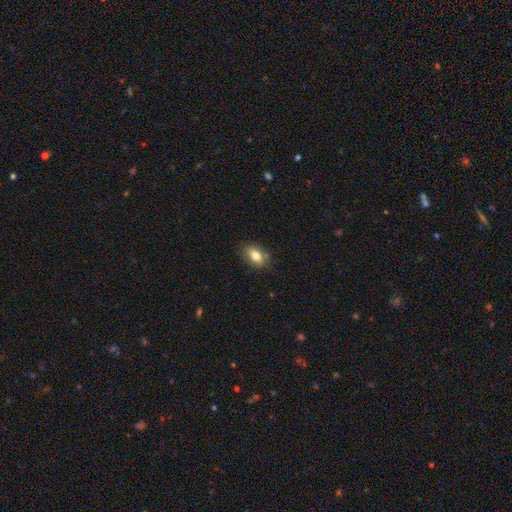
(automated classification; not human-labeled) smooth_or_featured: smooth (p=0.76) [alt: featured or disk p=0.16]
how_rounded: in between (p=0.82) [alt: round p=0.15]
merging: none (p=0.82) [alt: minor disturbance p=0.14]